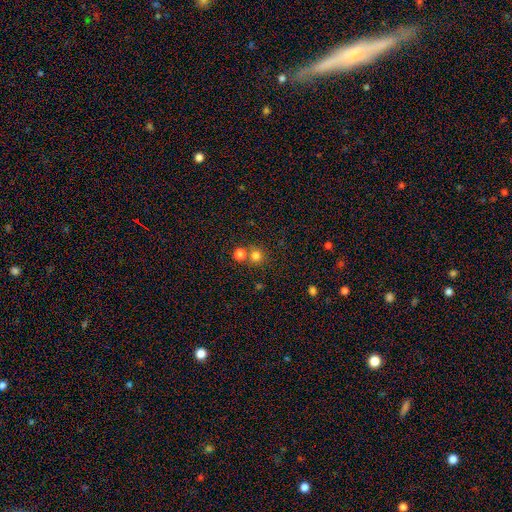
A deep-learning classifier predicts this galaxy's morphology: Overall: smooth (79%). How rounded: round (90%). Merging: none (64%; merger 26%).